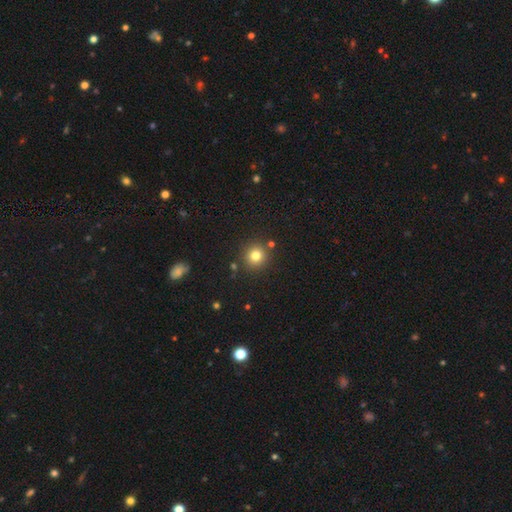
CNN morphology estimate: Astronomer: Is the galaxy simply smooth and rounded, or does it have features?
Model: smooth — 79%.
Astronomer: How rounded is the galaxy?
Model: round — 94%.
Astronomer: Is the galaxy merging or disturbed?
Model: none — 87%.